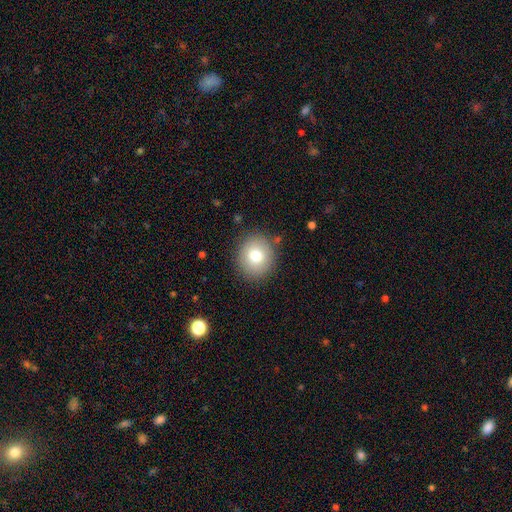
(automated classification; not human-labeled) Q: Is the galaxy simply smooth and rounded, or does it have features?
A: smooth — 76%.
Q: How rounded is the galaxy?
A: round — 84%.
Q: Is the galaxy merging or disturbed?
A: none — 87%.